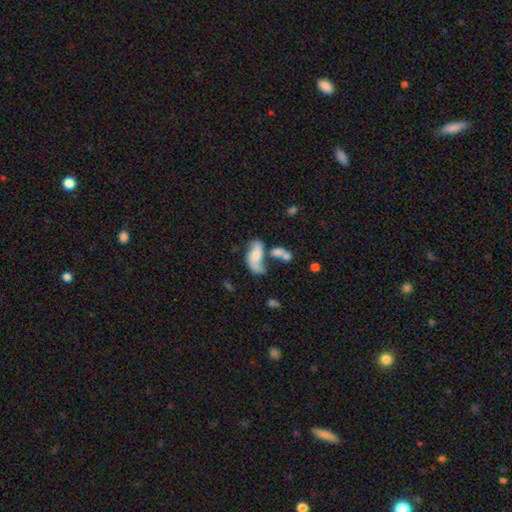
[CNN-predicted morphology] A featured or disk galaxy (52%).

Vote fractions:
- Smooth or featured? featured or disk: 52% / smooth: 39% / star or artifact: 9%
- Edge-on disk? no: 94% / yes: 6%
- Merging? merger: 32% / none: 30% / major disturbance: 19% / minor disturbance: 18%